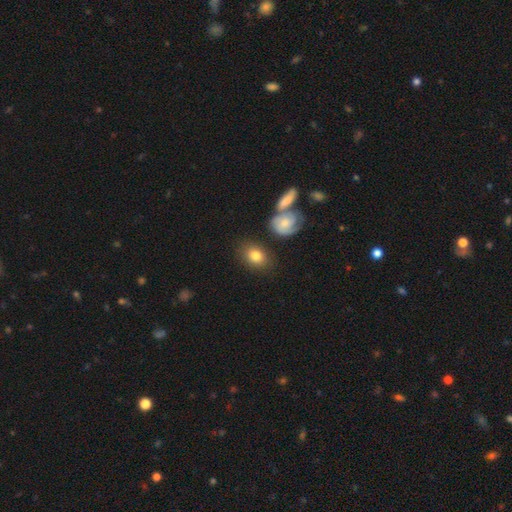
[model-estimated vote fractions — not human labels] Smooth or featured?
  - smooth: 75% *
  - featured or disk: 17%
  - star or artifact: 7%
How rounded?
  - in between: 65% *
  - round: 33%
  - cigar-shaped: 1%
Merging?
  - none: 73% *
  - minor disturbance: 13%
  - merger: 9%
  - major disturbance: 5%